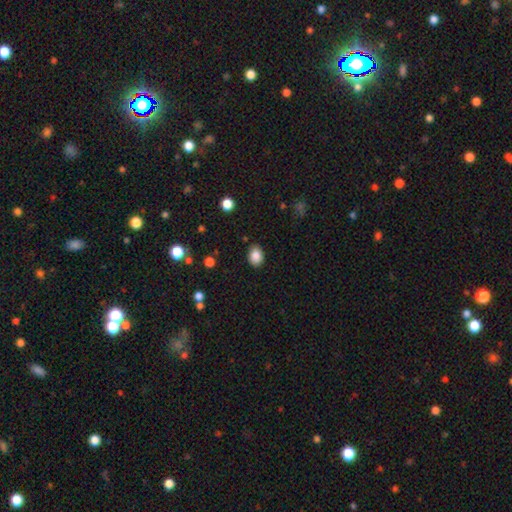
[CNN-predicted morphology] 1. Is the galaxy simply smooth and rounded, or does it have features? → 86% smooth, 9% star or artifact, 5% featured or disk.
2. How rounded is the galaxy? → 67% in between, 32% round, 1% cigar-shaped.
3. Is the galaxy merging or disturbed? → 84% none, 12% minor disturbance, 3% major disturbance, 2% merger.